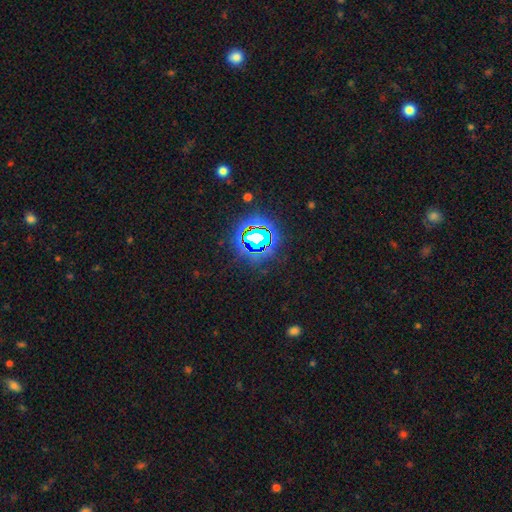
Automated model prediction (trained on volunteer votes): Smooth or featured? star or artifact (83%)